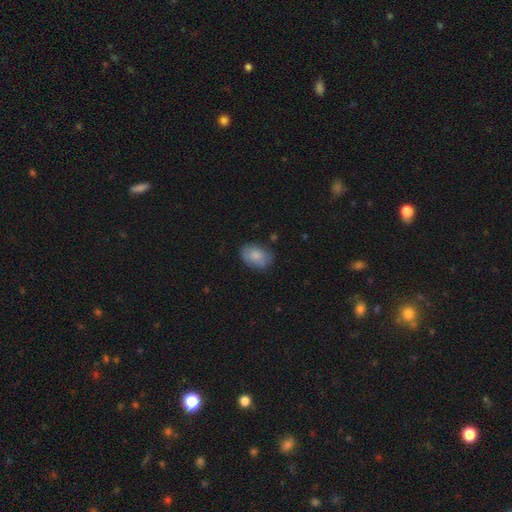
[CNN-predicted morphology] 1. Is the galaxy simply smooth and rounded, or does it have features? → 82% smooth, 12% featured or disk, 6% star or artifact.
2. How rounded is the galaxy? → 83% in between, 16% round, 1% cigar-shaped.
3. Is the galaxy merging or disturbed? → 76% none, 18% minor disturbance, 4% major disturbance, 2% merger.